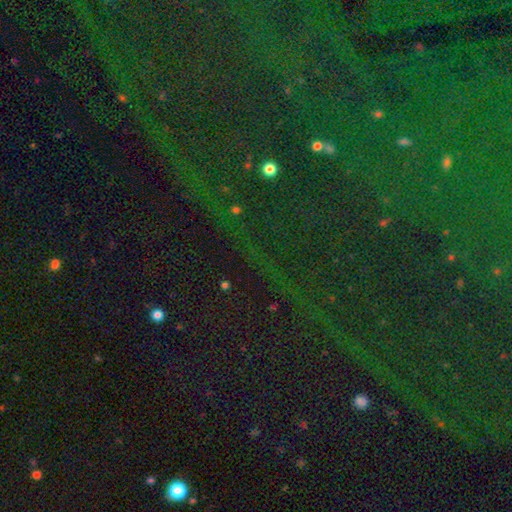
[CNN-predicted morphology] smooth_or_featured: star or artifact (p=0.83) [alt: smooth p=0.09]